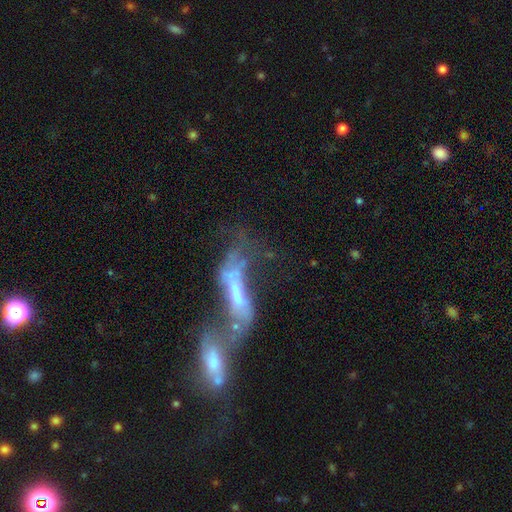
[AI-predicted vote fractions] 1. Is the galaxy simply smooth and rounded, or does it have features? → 65% featured or disk, 22% smooth, 14% star or artifact.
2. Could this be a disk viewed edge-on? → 82% no, 18% yes.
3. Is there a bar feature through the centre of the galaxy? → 51% no, 30% weak, 20% strong.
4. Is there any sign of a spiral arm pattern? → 53% yes, 47% no.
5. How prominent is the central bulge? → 36% small (tied), 36% moderate (tied), 21% none, 5% large, 2% dominant.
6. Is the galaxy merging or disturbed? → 70% merger, 13% major disturbance, 11% none, 6% minor disturbance.